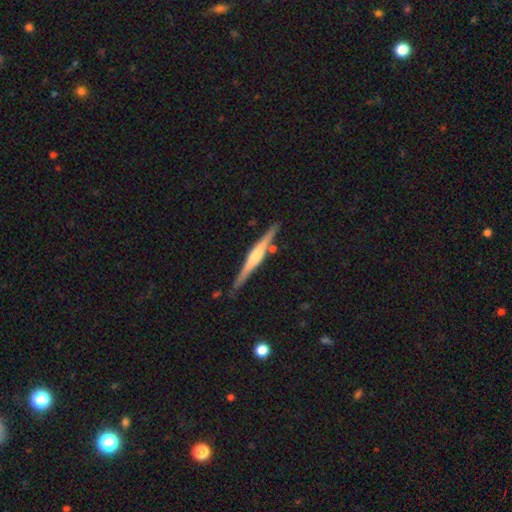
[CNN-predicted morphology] A featured or disk galaxy (76%) viewed edge-on (98%) with a rounded central bulge (73%).

Vote fractions:
- Smooth or featured? featured or disk: 76% / smooth: 19% / star or artifact: 5%
- Edge-on disk? yes: 98% / no: 2%
- Edge-on bulge? rounded: 73% / boxy: 15% / none: 12%
- Merging? none: 87% / minor disturbance: 9% / merger: 3% / major disturbance: 2%